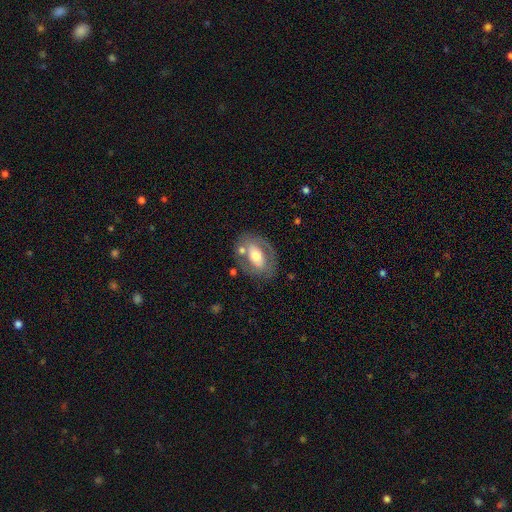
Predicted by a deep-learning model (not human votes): Smooth or featured: featured or disk — 58% (smooth — 35%)
Edge-on disk: no — 92% (yes — 8%)
Bar: no — 45% (weak — 29%)
Spiral arms: no — 59% (yes — 41%)
Bulge size: moderate — 62% (large — 23%)
Merging: none — 64% (minor disturbance — 18%)